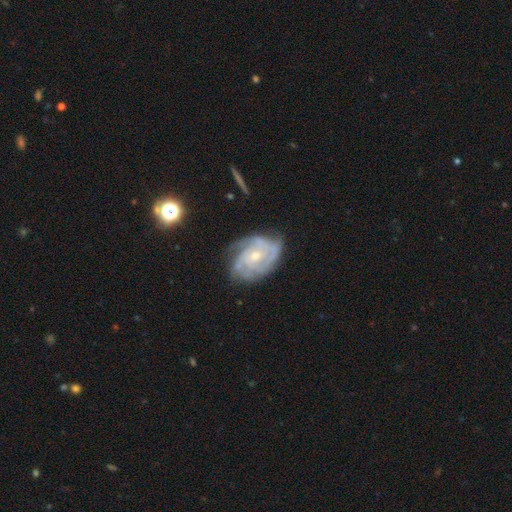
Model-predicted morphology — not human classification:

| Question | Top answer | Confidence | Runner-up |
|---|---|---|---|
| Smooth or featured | featured or disk | 85% | smooth (9%) |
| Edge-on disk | no | 97% | yes (3%) |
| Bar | no | 71% | weak (24%) |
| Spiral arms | yes | 95% | no (5%) |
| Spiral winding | tight | 64% | medium (30%) |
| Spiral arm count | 3 | 30% | can't tell (28%) |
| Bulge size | small | 63% | moderate (34%) |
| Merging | none | 65% | minor disturbance (24%) |